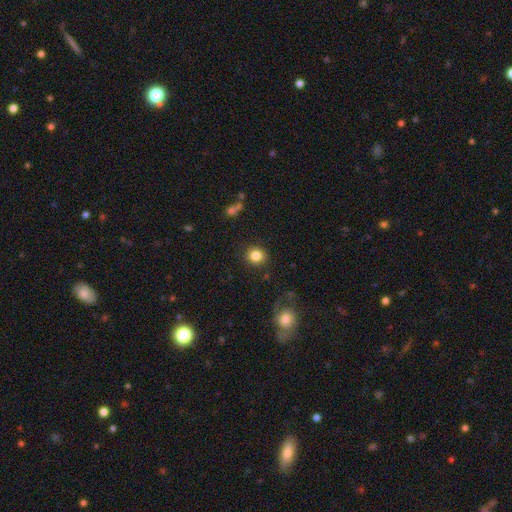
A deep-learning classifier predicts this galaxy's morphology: This is clearly a smooth galaxy (84%). How rounded: clearly round (87%). Merging: clearly none (89%).